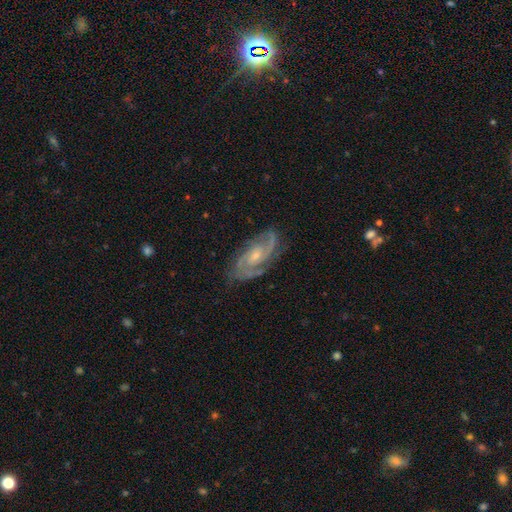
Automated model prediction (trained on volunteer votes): Smooth or featured? featured or disk (90%)
Edge-on disk? no (96%)
Bar? no (57%)
Spiral arms? yes (98%)
Spiral winding? medium (48%)
Spiral arm count? 2 (66%)
Bulge size? small (57%)
Merging? none (77%)